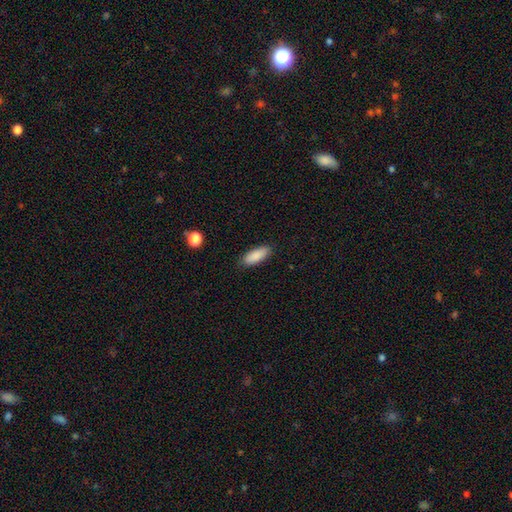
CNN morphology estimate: smooth 89%, star or artifact 6%, featured or disk 5%. Down the decision tree: how rounded — in between (73%); merging — none (87%).